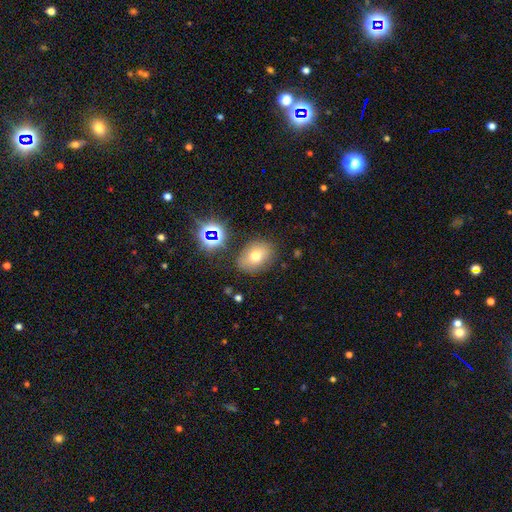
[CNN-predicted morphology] This is likely a smooth galaxy (69%). How rounded: likely in between (73%). Merging: likely none (80%).